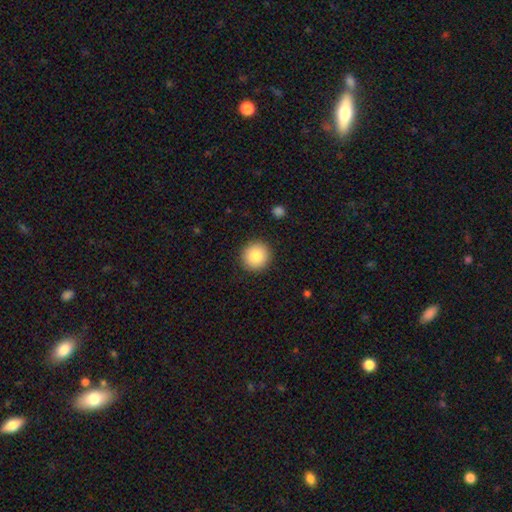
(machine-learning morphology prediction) Q: Smooth or featured?
A: smooth (85%); runner-up: star or artifact (8%)
Q: How rounded?
A: round (94%); runner-up: in between (5%)
Q: Merging?
A: none (91%); runner-up: minor disturbance (6%)